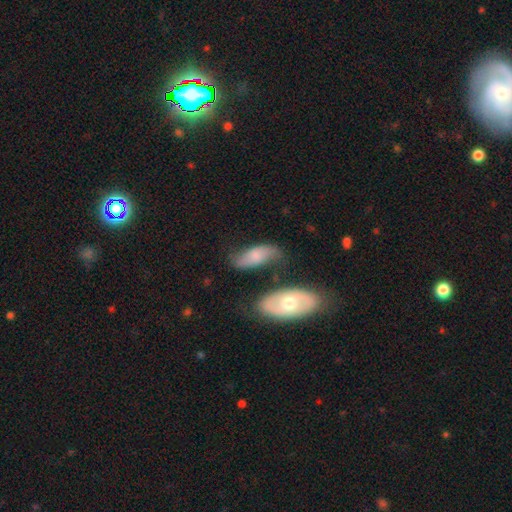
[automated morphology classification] smooth_or_featured: smooth (p=0.55) [alt: featured or disk p=0.38]
how_rounded: in between (p=0.82) [alt: cigar-shaped p=0.14]
merging: none (p=0.56) [alt: minor disturbance p=0.25]